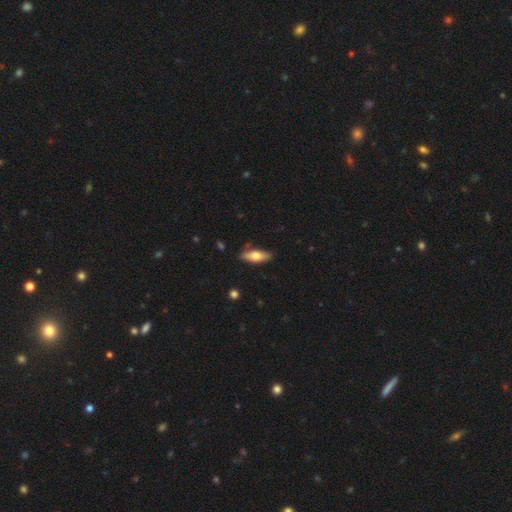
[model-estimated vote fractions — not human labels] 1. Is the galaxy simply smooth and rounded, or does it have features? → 64% smooth, 30% featured or disk, 6% star or artifact.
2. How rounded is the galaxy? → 66% in between, 32% cigar-shaped, 3% round.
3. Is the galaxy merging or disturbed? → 79% none, 16% minor disturbance, 3% major disturbance, 2% merger.